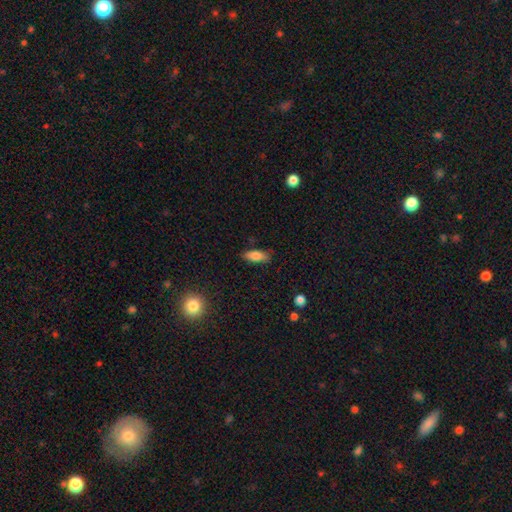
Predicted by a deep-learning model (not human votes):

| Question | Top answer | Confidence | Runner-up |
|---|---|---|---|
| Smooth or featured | smooth | 80% | featured or disk (12%) |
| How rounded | in between | 75% | cigar-shaped (23%) |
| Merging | none | 80% | minor disturbance (15%) |